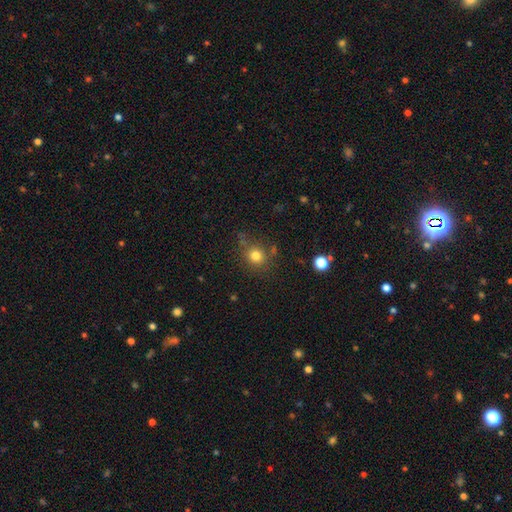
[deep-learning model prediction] Overall: smooth (79%). How rounded: round (86%). Merging: none (77%).